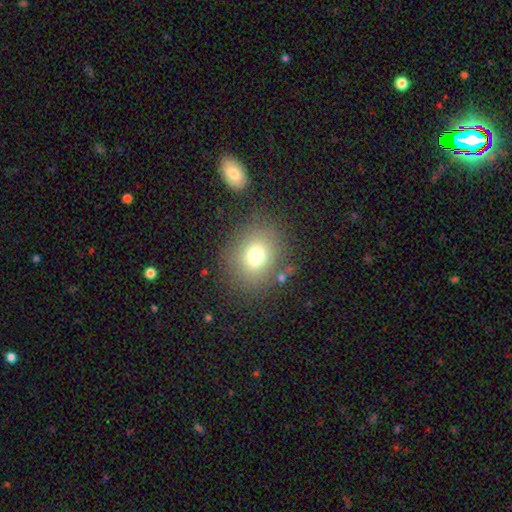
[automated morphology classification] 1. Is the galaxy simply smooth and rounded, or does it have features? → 73% smooth, 14% star or artifact, 13% featured or disk.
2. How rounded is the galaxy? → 65% round, 34% in between, 1% cigar-shaped.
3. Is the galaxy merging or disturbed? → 79% none, 11% minor disturbance, 6% major disturbance, 4% merger.